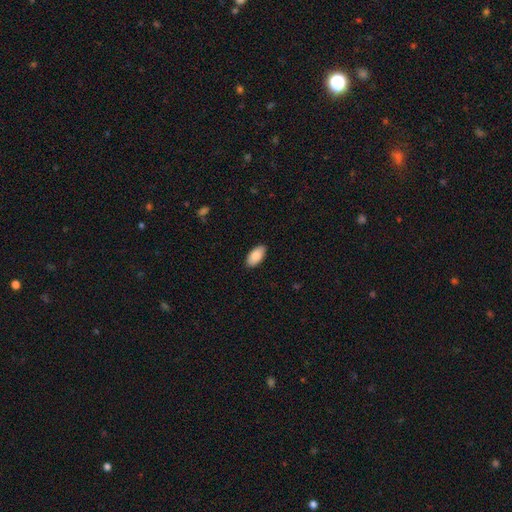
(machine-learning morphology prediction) Smooth or featured? smooth (88%)
How rounded? in between (94%)
Merging? none (89%)